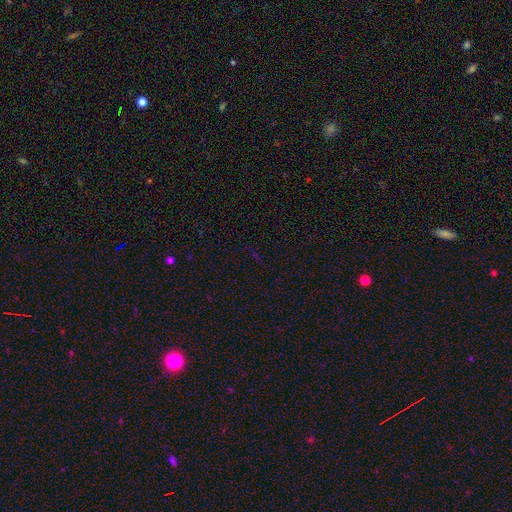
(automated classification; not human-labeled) Q: Smooth or featured?
A: star or artifact (71%); runner-up: smooth (20%)